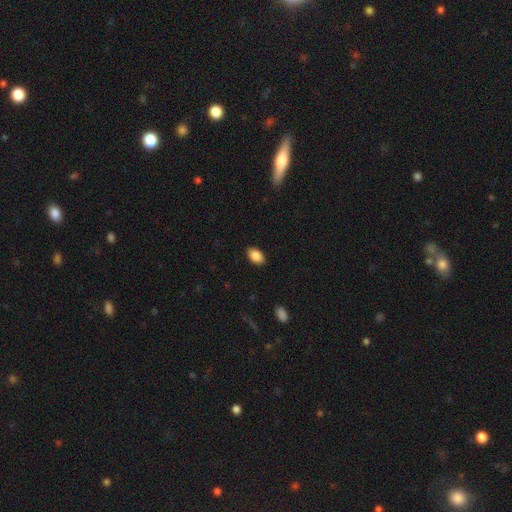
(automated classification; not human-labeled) This is clearly a smooth galaxy (88%). How rounded: clearly in between (91%). Merging: clearly none (88%).